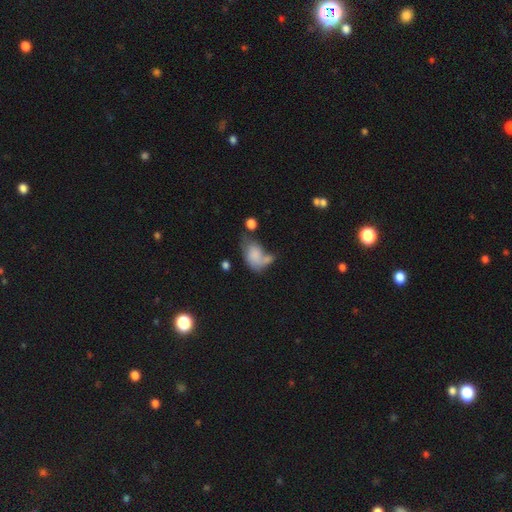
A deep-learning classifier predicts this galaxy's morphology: Overall: smooth (72%). How rounded: in between (82%). Merging: merger (33%; major disturbance 24%).